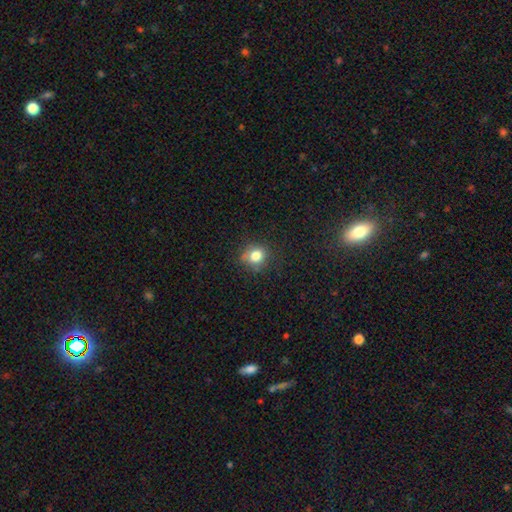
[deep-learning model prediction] Q: Smooth or featured?
A: smooth (79%); runner-up: star or artifact (13%)
Q: How rounded?
A: round (77%); runner-up: in between (22%)
Q: Merging?
A: none (74%); runner-up: minor disturbance (18%)